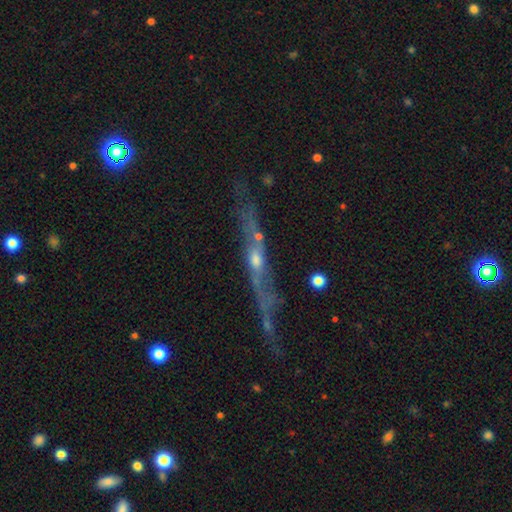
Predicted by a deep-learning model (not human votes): smooth_or_featured: featured or disk (p=0.76) [alt: smooth p=0.15]
disk_edge_on: yes (p=0.69) [alt: no p=0.31]
edge_on_bulge: rounded (p=0.68) [alt: none p=0.23]
merging: none (p=0.53) [alt: minor disturbance p=0.21]